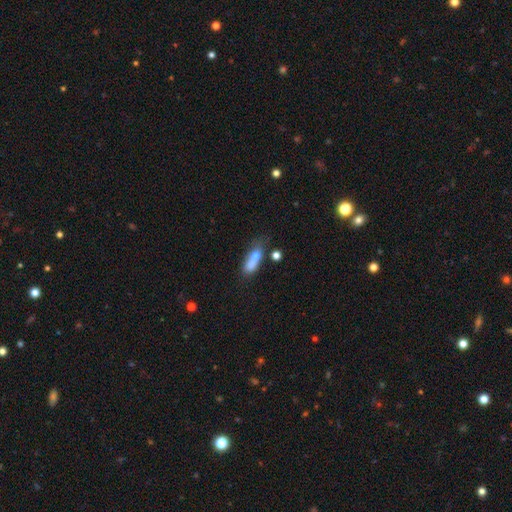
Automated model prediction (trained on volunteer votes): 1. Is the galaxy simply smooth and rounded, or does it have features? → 67% smooth, 22% featured or disk, 11% star or artifact.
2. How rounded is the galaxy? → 61% in between, 26% cigar-shaped, 13% round.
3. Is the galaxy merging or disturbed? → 38% merger, 31% none, 18% minor disturbance, 14% major disturbance.